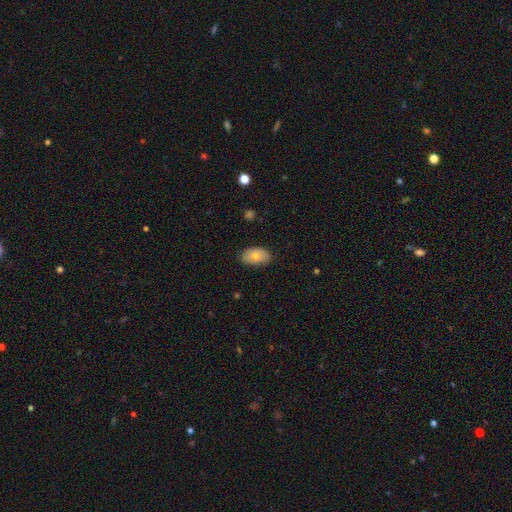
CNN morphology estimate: smooth-or-featured: smooth: 74% | featured or disk: 19% | star or artifact: 7%
  how-rounded: in between: 92% | round: 7% | cigar-shaped: 1%
  merging: none: 79% | minor disturbance: 18% | major disturbance: 3% | merger: 1%